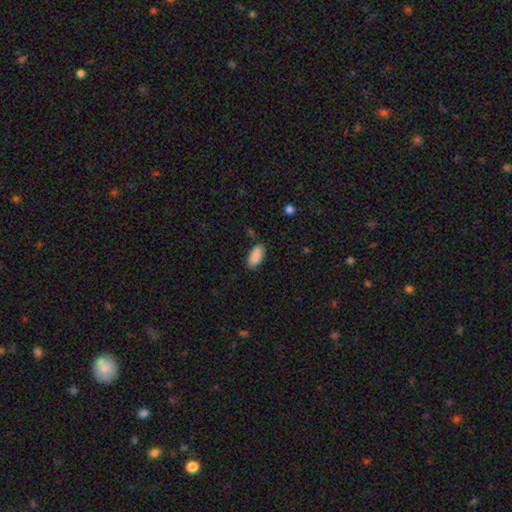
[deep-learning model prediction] A smooth galaxy with no disk features (90%) that is in between round and cigar-shaped (90%).

Vote fractions:
- Smooth or featured? smooth: 90% / star or artifact: 7% / featured or disk: 3%
- How rounded? in between: 90% / cigar-shaped: 8% / round: 2%
- Merging? none: 85% / minor disturbance: 11% / major disturbance: 2% / merger: 2%